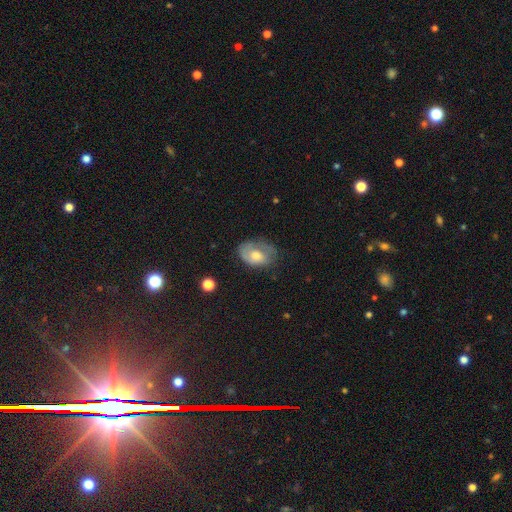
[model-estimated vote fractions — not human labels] Smooth or featured: smooth — 48% (featured or disk — 44%)
Merging: none — 54% (minor disturbance — 30%)